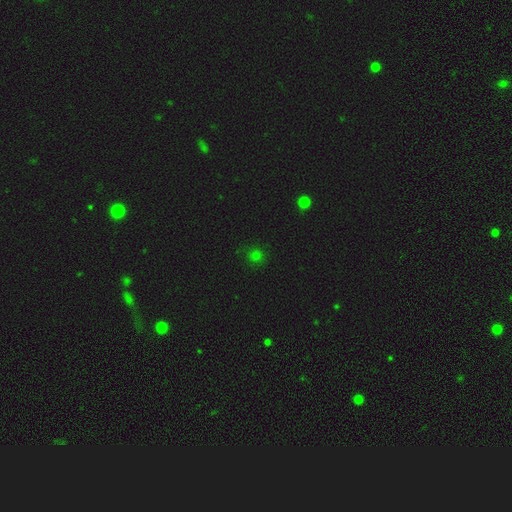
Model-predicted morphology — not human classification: Smooth or featured? Predicted: smooth (p=0.71). How rounded? Predicted: round (p=0.91). Merging? Predicted: none (p=0.87).